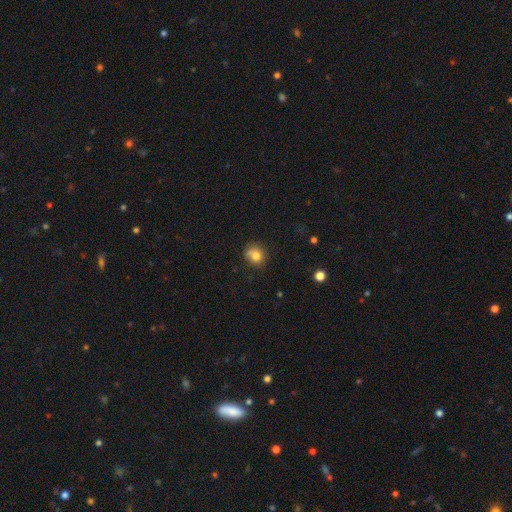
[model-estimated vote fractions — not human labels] This appears to be a smooth galaxy with no disk features (79%) that is round (77%). Merging: none (65%).